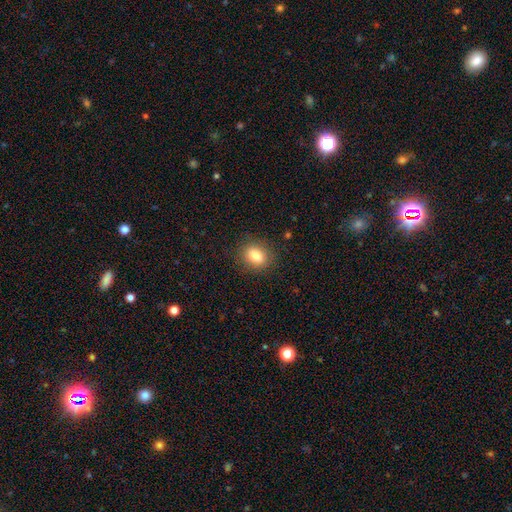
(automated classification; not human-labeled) This appears to be a smooth galaxy with no disk features (84%) that is in between round and cigar-shaped (62%). Merging: none (86%).